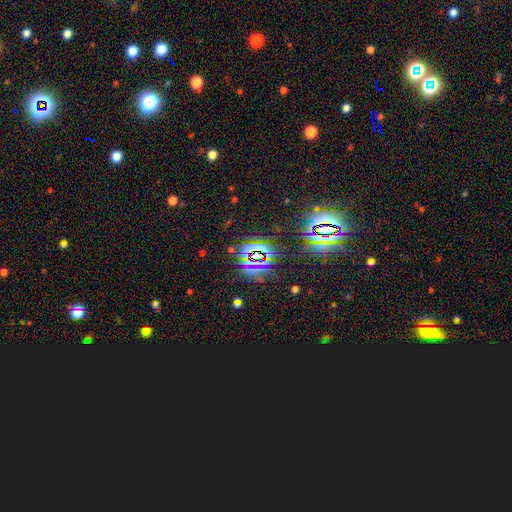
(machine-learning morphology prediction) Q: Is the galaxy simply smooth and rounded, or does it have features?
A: star or artifact — 80%.